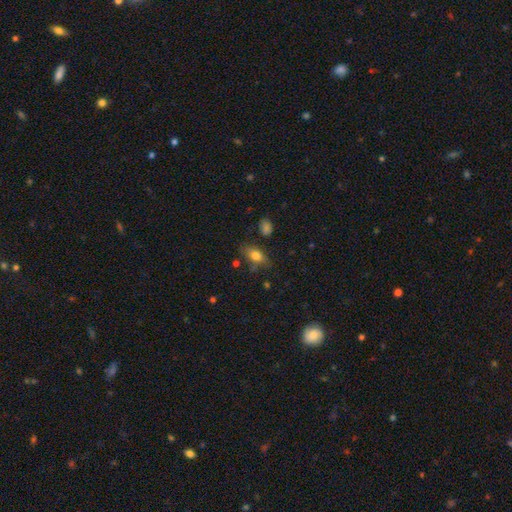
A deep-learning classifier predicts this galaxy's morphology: A smooth galaxy with no disk features (74%) that is in between round and cigar-shaped (80%).

Vote fractions:
- Smooth or featured? smooth: 74% / featured or disk: 17% / star or artifact: 9%
- How rounded? in between: 80% / round: 12% / cigar-shaped: 7%
- Merging? none: 66% / minor disturbance: 23% / major disturbance: 7% / merger: 4%